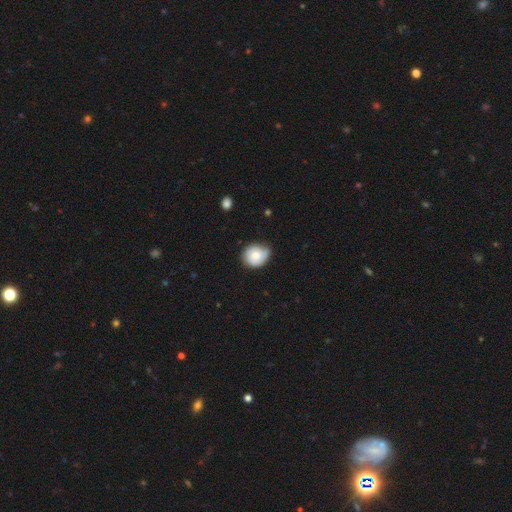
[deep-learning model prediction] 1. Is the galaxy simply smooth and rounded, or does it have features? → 72% smooth, 20% featured or disk, 7% star or artifact.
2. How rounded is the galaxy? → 76% round, 23% in between, 1% cigar-shaped.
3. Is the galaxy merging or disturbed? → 58% none, 34% minor disturbance, 6% major disturbance, 2% merger.